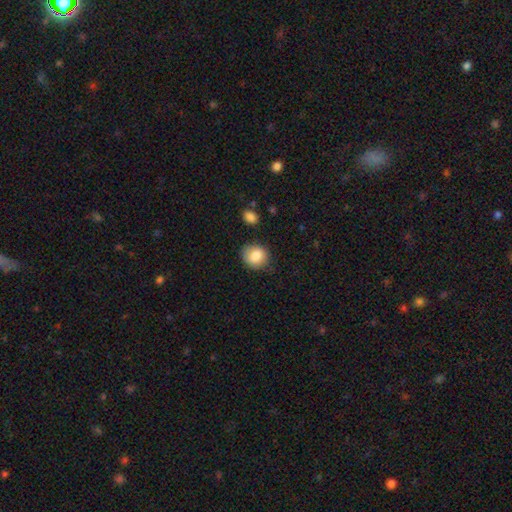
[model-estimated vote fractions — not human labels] Smooth or featured? smooth (85%)
How rounded? round (72%)
Merging? none (77%)